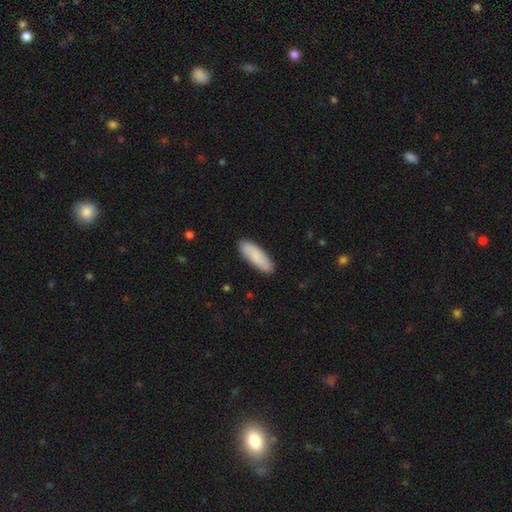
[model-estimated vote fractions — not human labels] This appears to be a smooth galaxy with no disk features (85%) that is in between round and cigar-shaped (53%). Merging: none (87%).